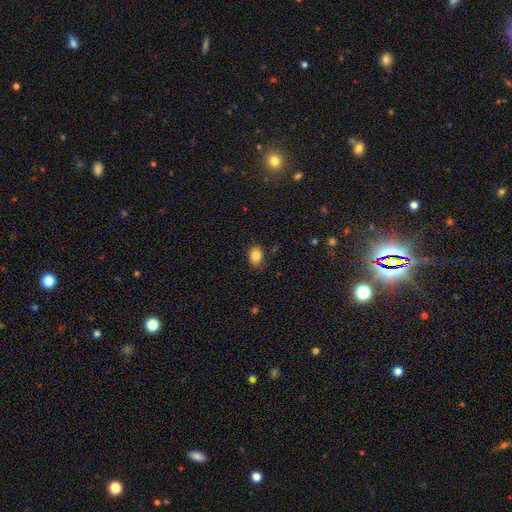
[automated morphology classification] Smooth or featured? smooth (85%)
How rounded? in between (62%)
Merging? none (81%)